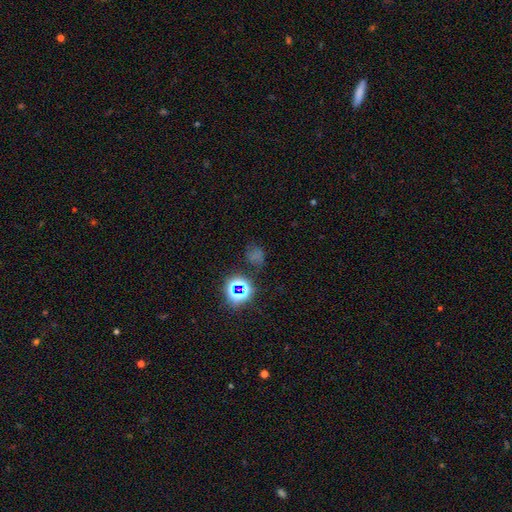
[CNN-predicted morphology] type=smooth (44%); merging=none (62%).